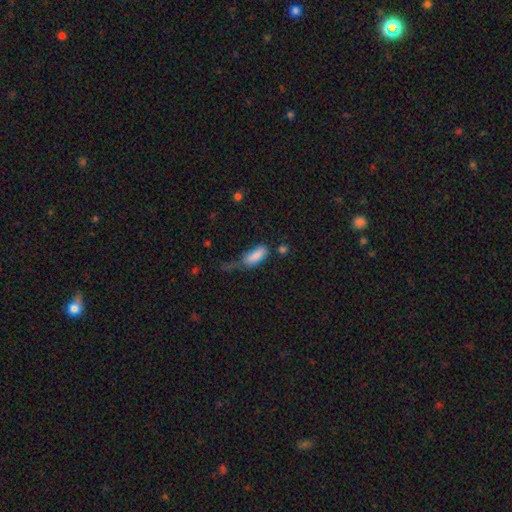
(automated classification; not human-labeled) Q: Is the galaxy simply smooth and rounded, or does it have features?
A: smooth — 84%.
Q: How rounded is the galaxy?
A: in between — 81%.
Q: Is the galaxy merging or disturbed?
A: minor disturbance — 32%.